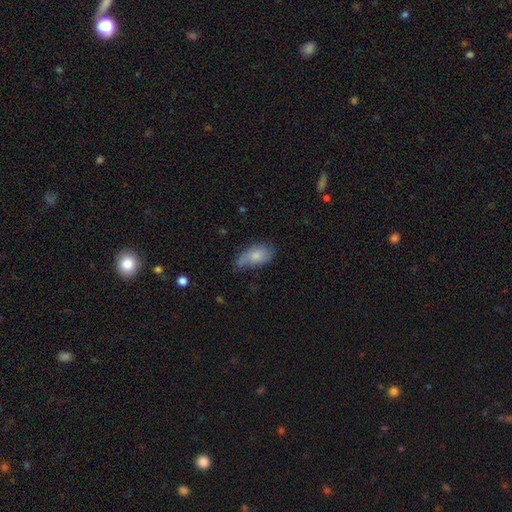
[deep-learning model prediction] The model was most divided on "merging": none: 42%, minor disturbance: 41%, major disturbance: 14%, merger: 3%. More confident: how rounded — in between (91%); smooth or featured — smooth (73%).